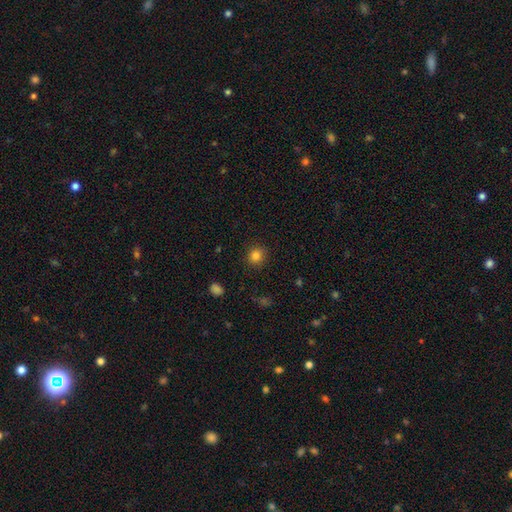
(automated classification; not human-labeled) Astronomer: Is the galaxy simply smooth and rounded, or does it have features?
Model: smooth — 83%.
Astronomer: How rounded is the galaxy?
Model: round — 87%.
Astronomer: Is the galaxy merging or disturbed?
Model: none — 89%.